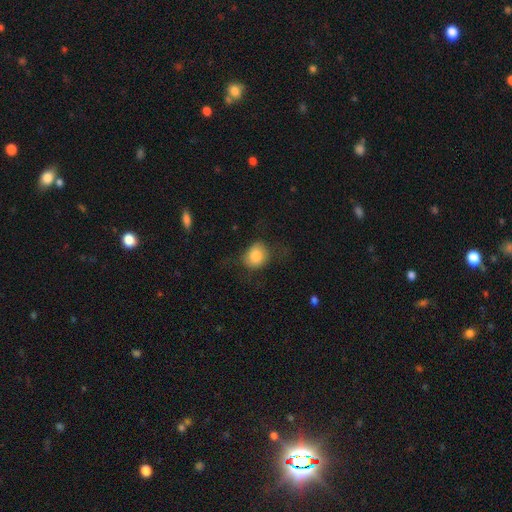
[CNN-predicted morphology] Smooth or featured: smooth — 82% (featured or disk — 10%)
How rounded: round — 64% (in between — 35%)
Merging: none — 62% (minor disturbance — 23%)